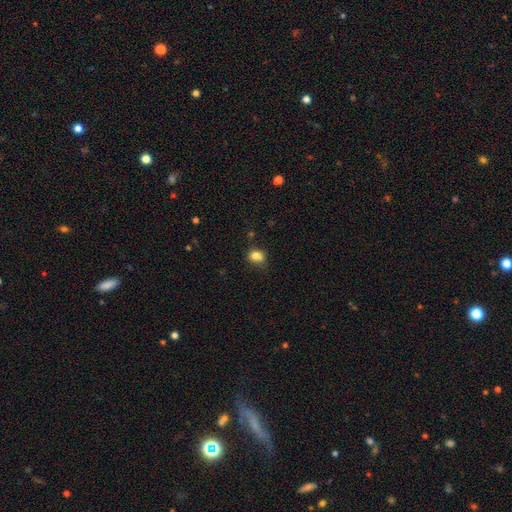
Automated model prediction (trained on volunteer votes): Smooth or featured: smooth — 80% (star or artifact — 11%)
How rounded: in between — 50% (round — 49%)
Merging: none — 57% (minor disturbance — 28%)